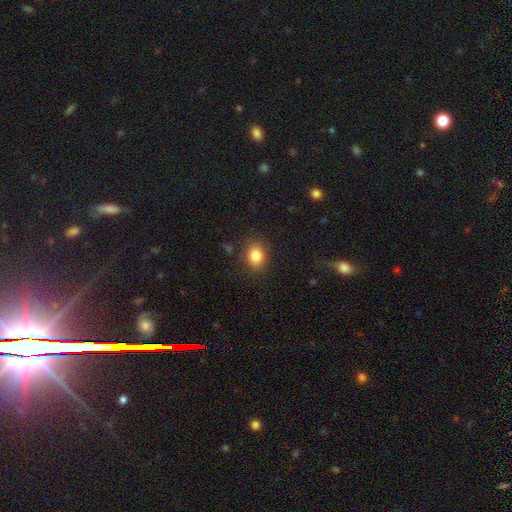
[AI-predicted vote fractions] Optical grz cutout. It shows a smooth galaxy with no disk features (84%) that is in between round and cigar-shaped (51%). Merging: none (85%).